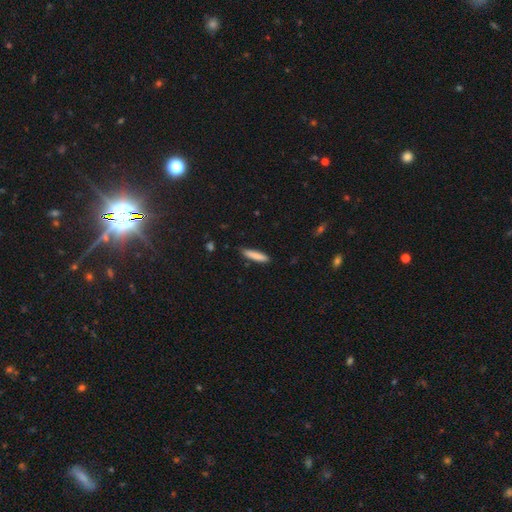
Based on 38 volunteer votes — smooth_or_featured: smooth (p=0.71) [alt: featured or disk p=0.21]
how_rounded: cigar-shaped (p=0.74) [alt: in between p=0.26]
merging: none (p=0.77) [alt: minor disturbance p=0.17]